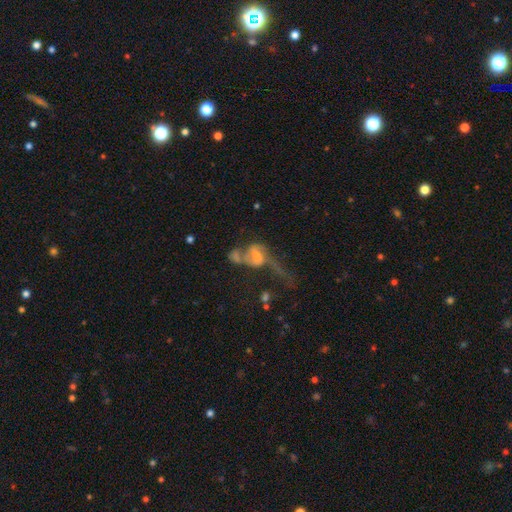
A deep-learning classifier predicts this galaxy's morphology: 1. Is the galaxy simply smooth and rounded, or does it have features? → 63% featured or disk, 23% smooth, 14% star or artifact.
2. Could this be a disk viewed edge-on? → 94% no, 6% yes.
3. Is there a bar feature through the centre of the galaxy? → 46% no, 37% weak, 17% strong.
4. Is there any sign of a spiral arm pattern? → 59% yes, 41% no.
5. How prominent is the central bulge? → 38% small, 29% moderate, 24% none, 6% large, 2% dominant.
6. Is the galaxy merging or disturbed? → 39% major disturbance, 34% merger, 17% none, 10% minor disturbance.